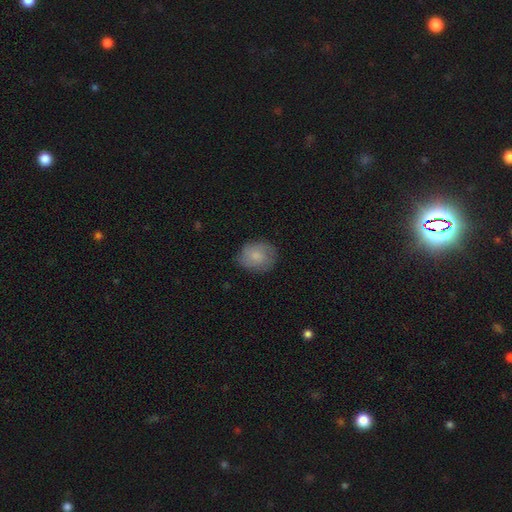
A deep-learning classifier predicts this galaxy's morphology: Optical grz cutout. It shows a smooth galaxy with no disk features (68%) that is round (55%). Merging: none (76%).